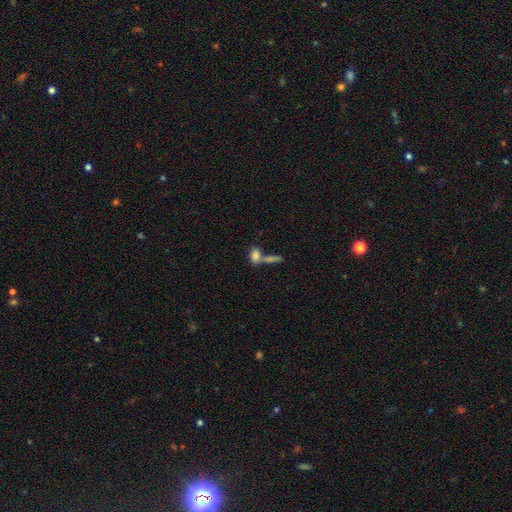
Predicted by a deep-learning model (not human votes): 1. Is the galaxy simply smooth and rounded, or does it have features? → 78% smooth, 13% featured or disk, 9% star or artifact.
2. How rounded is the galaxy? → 80% in between, 12% cigar-shaped, 8% round.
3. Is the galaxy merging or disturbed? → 51% merger, 35% none, 9% minor disturbance, 5% major disturbance.